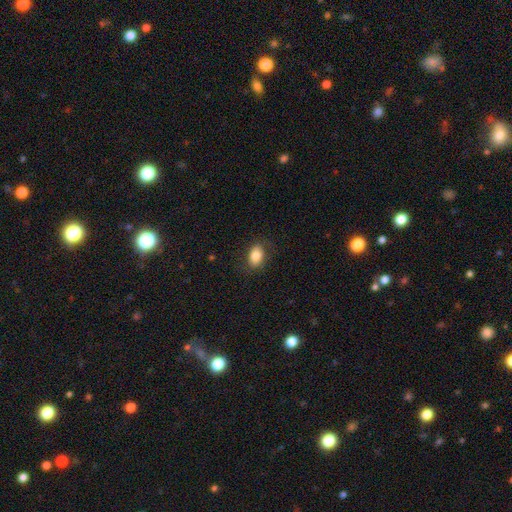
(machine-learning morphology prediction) smooth-or-featured: smooth: 81% | featured or disk: 11% | star or artifact: 8%
  how-rounded: in between: 80% | round: 19% | cigar-shaped: 1%
  merging: none: 79% | minor disturbance: 15% | major disturbance: 5% | merger: 1%